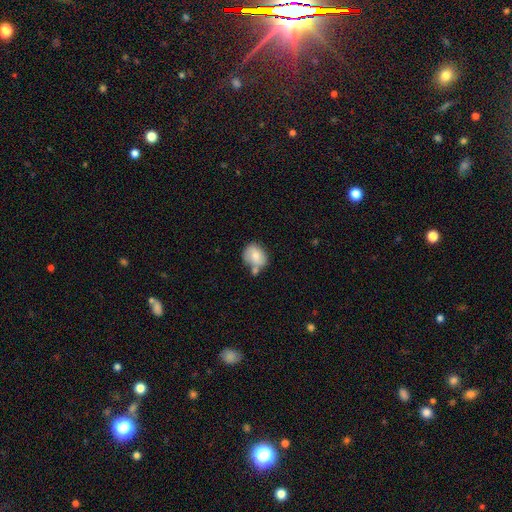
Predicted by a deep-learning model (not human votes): smooth_or_featured: smooth (p=0.66) [alt: featured or disk p=0.26]
how_rounded: round (p=0.52) [alt: in between p=0.47]
merging: none (p=0.42) [alt: merger p=0.30]